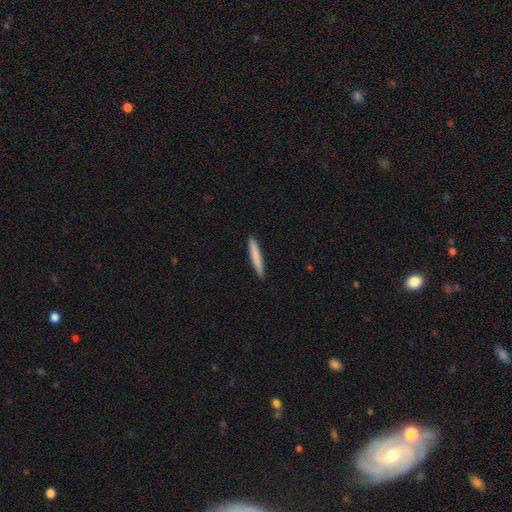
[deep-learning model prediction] smooth_or_featured: smooth (p=0.80) [alt: featured or disk p=0.15]
how_rounded: cigar-shaped (p=0.96) [alt: in between p=0.03]
merging: none (p=0.91) [alt: minor disturbance p=0.07]